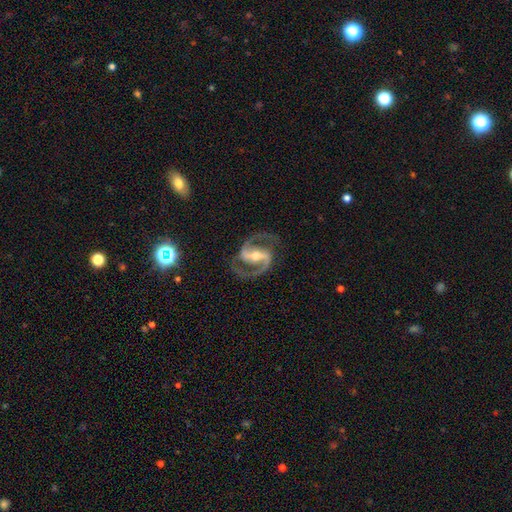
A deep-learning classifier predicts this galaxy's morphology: Smooth or featured: featured or disk — 93% (star or artifact — 4%)
Edge-on disk: no — 98% (yes — 2%)
Bar: strong — 58% (weak — 30%)
Spiral arms: yes — 98% (no — 2%)
Spiral winding: medium — 66% (tight — 20%)
Spiral arm count: 2 — 94% (3 — 1%)
Bulge size: moderate — 57% (small — 37%)
Merging: none — 82% (minor disturbance — 11%)